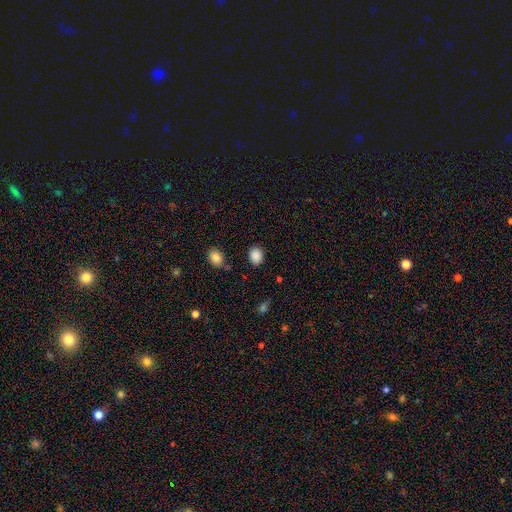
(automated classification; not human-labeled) This appears to be a smooth galaxy with no disk features (88%) that is round (52%). Merging: none (84%).